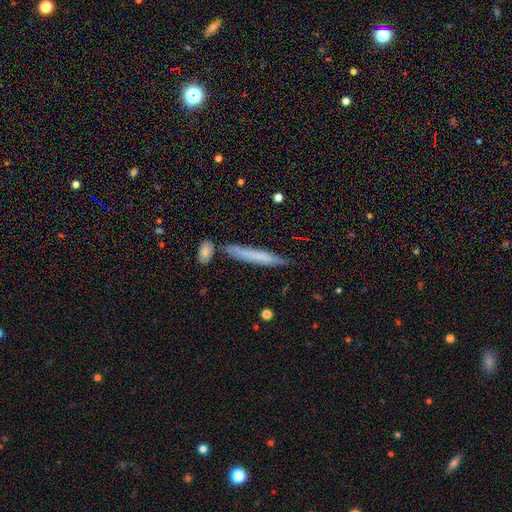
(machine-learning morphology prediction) This appears to be a smooth galaxy with no disk features (64%) that is cigar-shaped (94%). Merging: none (74%).